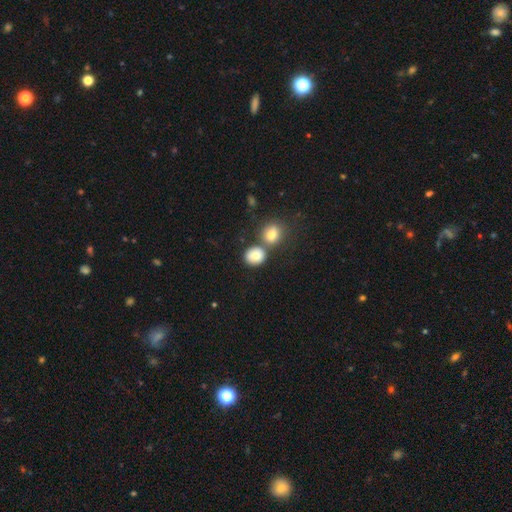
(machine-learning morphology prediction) Smooth or featured: smooth — 79% (featured or disk — 11%)
How rounded: round — 74% (in between — 25%)
Merging: none — 63% (merger — 24%)